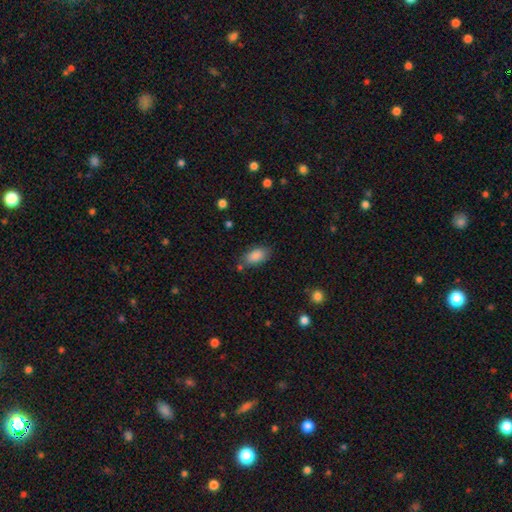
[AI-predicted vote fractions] Smooth or featured? Predicted: smooth (p=0.86). How rounded? Predicted: in between (p=0.91). Merging? Predicted: none (p=0.73).